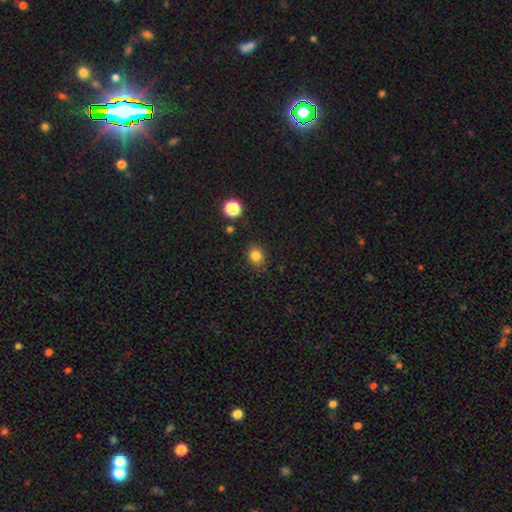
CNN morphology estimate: A smooth galaxy with no disk features (82%) that is round (69%). Merging: none (80%).